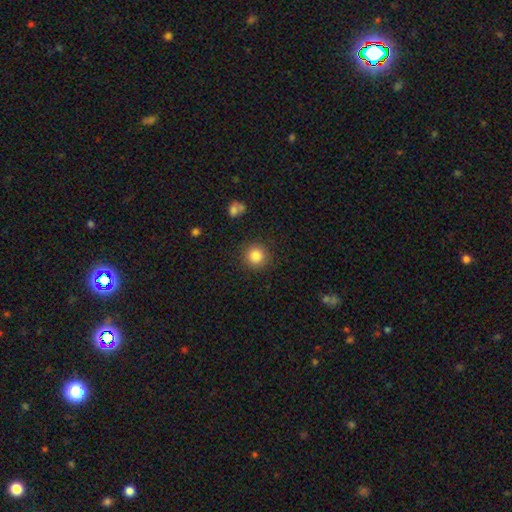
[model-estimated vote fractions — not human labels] This is clearly a smooth galaxy (83%). How rounded: clearly round (94%). Merging: clearly none (89%).